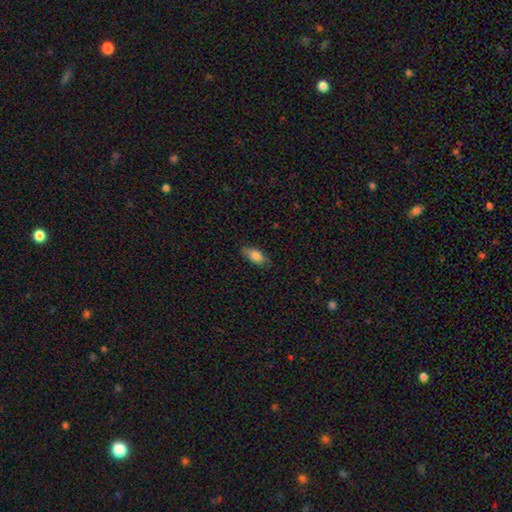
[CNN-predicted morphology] This appears to be a smooth galaxy with no disk features (80%) that is in between round and cigar-shaped (84%). Merging: none (78%).